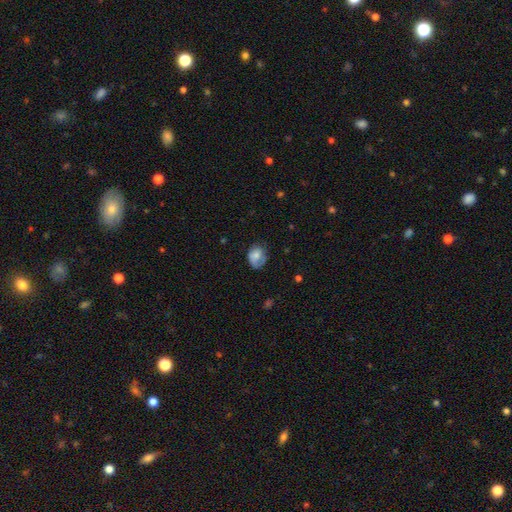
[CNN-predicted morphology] smooth_or_featured: smooth (p=0.71) [alt: featured or disk p=0.21]
how_rounded: in between (p=0.61) [alt: round p=0.38]
merging: none (p=0.52) [alt: minor disturbance p=0.32]